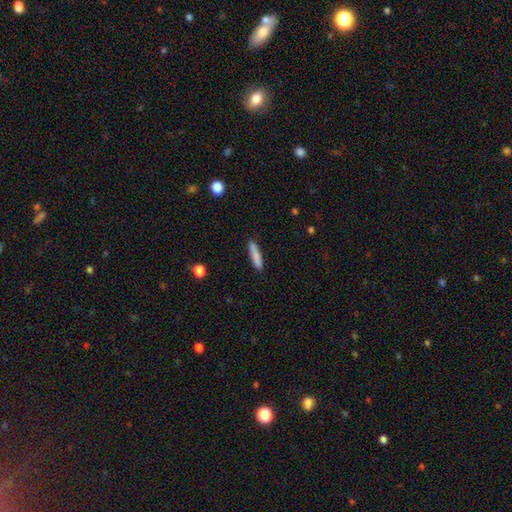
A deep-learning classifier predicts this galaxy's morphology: A smooth galaxy with no disk features (83%) that is cigar-shaped (87%). Merging: none (86%).